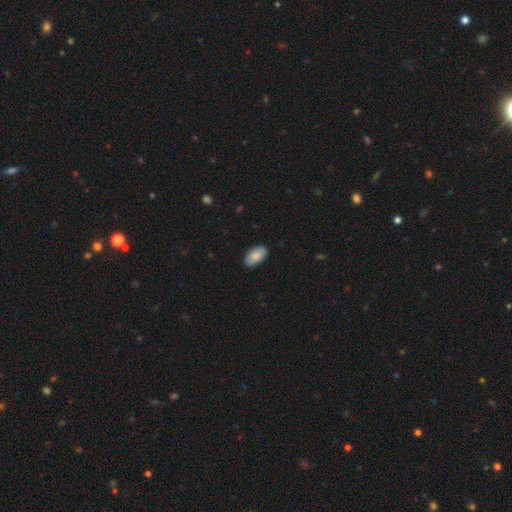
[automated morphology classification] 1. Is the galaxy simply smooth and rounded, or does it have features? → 86% smooth, 8% featured or disk, 6% star or artifact.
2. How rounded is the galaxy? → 95% in between, 3% round, 2% cigar-shaped.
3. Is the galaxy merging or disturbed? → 87% none, 10% minor disturbance, 2% major disturbance, 1% merger.